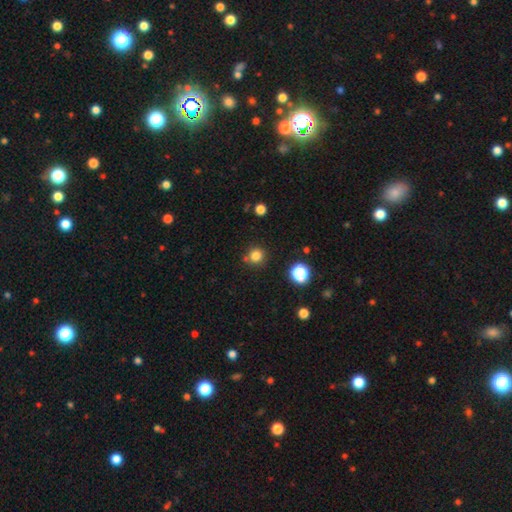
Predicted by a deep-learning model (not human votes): Smooth or featured? smooth (80%)
How rounded? round (92%)
Merging? none (79%)